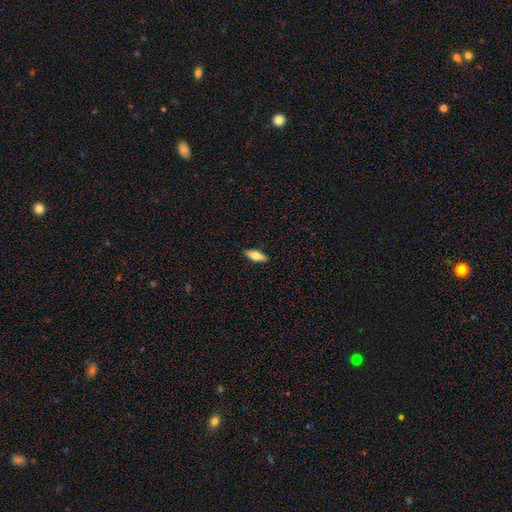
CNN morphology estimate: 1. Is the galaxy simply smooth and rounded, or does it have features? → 65% smooth, 28% featured or disk, 6% star or artifact.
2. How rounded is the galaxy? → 67% in between, 30% cigar-shaped, 3% round.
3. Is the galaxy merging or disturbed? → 89% none, 8% minor disturbance, 2% major disturbance, 1% merger.